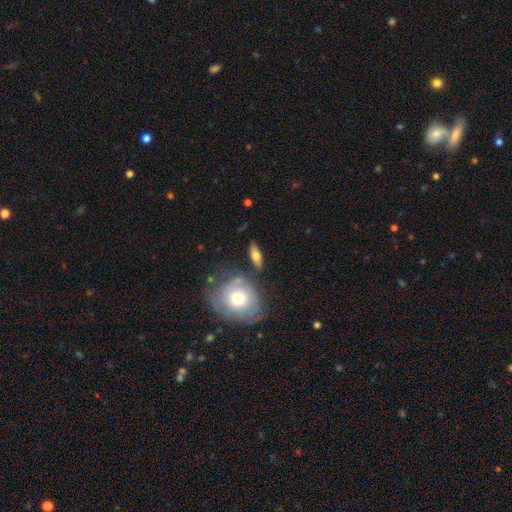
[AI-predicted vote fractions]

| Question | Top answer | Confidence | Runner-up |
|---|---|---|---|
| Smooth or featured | smooth | 64% | featured or disk (29%) |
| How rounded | in between | 65% | cigar-shaped (28%) |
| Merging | none | 76% | minor disturbance (13%) |